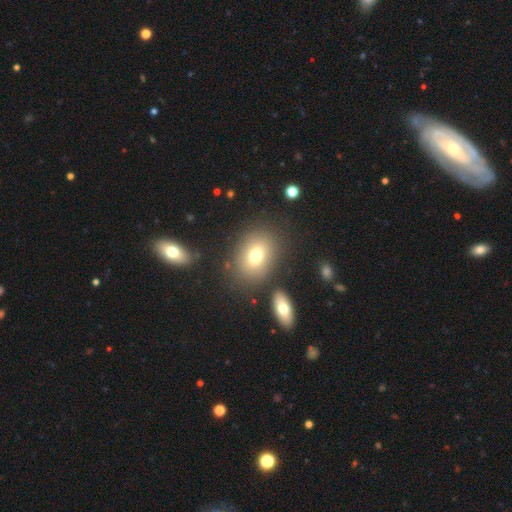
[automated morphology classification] smooth-or-featured: smooth: 74% | featured or disk: 14% | star or artifact: 13%
  how-rounded: in between: 61% | round: 38% | cigar-shaped: 1%
  merging: none: 79% | minor disturbance: 10% | merger: 7% | major disturbance: 5%